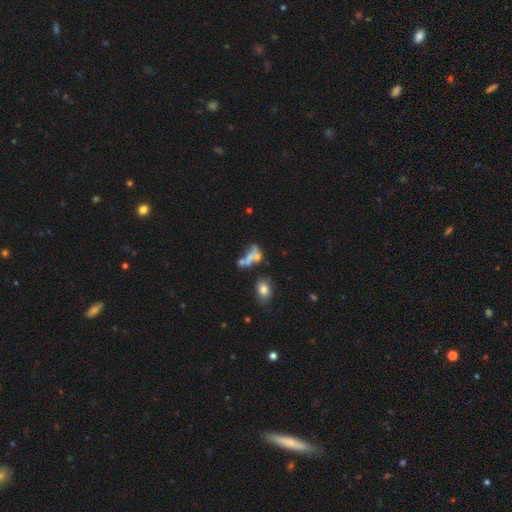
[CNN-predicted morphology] Smooth or featured? Predicted: smooth (p=0.43). Merging? Predicted: merger (p=0.40).